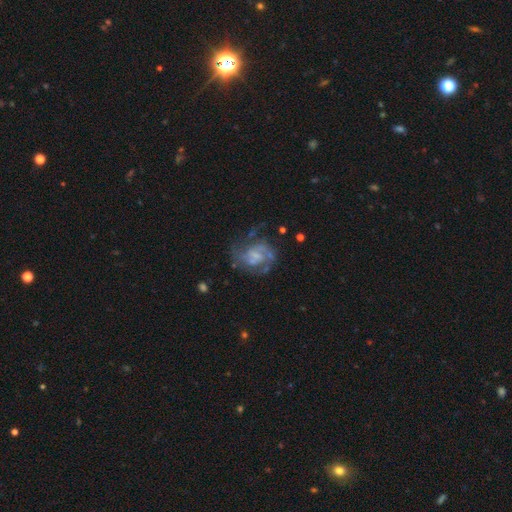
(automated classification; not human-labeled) smooth-or-featured: featured or disk: 77% | smooth: 15% | star or artifact: 8%
  disk-edge-on: no: 98% | yes: 2%
    bar: no: 49% | weak: 42% | strong: 9%
    has-spiral-arms: yes: 85% | no: 15%
      spiral-winding: medium: 48% | tight: 31% | loose: 21%
      spiral-arm-count: 2: 52% | can't tell: 23% | 3: 13% | 1: 6% | 4: 3% | more than 4: 3%
    bulge-size: small: 45% | none: 26% | moderate: 24% | large: 4% | dominant: 1%
  merging: none: 52% | major disturbance: 24% | minor disturbance: 21% | merger: 4%